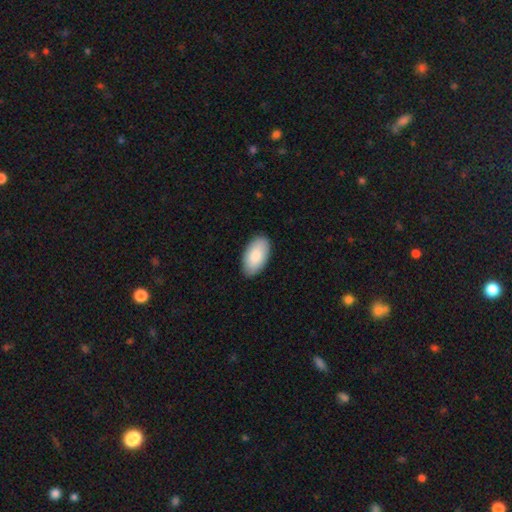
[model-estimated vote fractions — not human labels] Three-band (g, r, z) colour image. It shows a smooth galaxy with no disk features (86%) that is in between round and cigar-shaped (96%). Merging: none (88%).